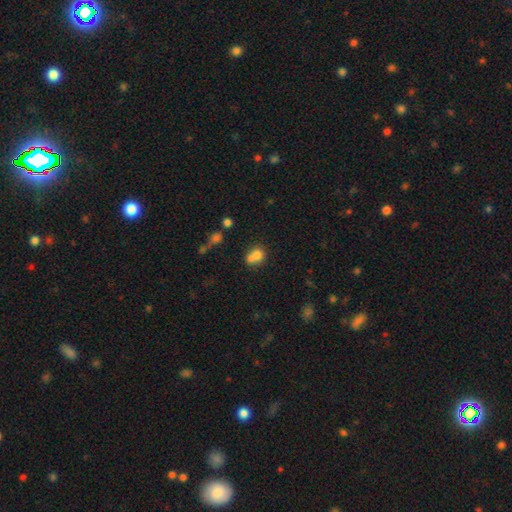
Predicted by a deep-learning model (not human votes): This appears to be a smooth galaxy with no disk features (73%) that is round (59%). Merging: merger (53%).